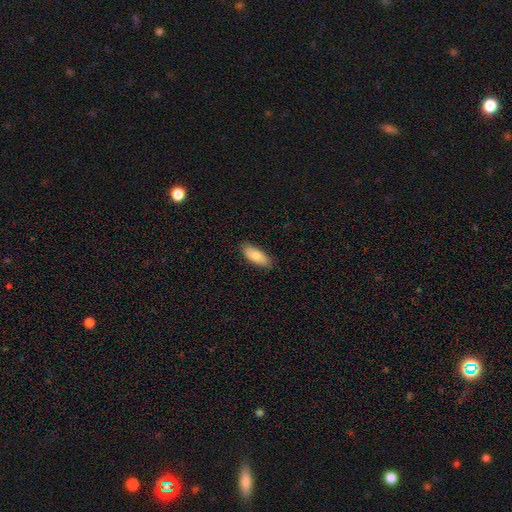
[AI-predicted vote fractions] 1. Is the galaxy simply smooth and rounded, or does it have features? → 82% smooth, 12% featured or disk, 6% star or artifact.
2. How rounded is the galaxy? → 80% in between, 18% cigar-shaped, 2% round.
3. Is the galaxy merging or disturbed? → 86% none, 11% minor disturbance, 2% major disturbance, 1% merger.